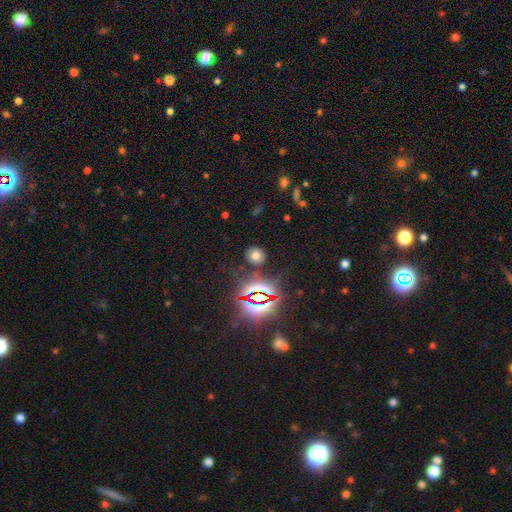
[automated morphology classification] smooth-or-featured: smooth: 59% | star or artifact: 31% | featured or disk: 10%
  how-rounded: round: 76% | in between: 22% | cigar-shaped: 1%
  merging: none: 82% | minor disturbance: 10% | major disturbance: 4% | merger: 3%